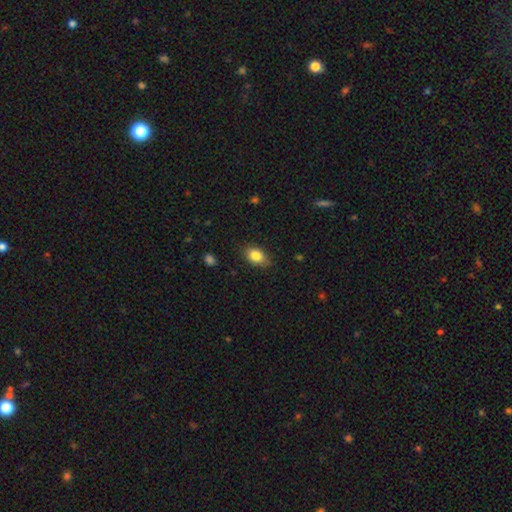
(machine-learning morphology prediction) type=smooth (84%); roundness=in between (82%); merging=none (80%).